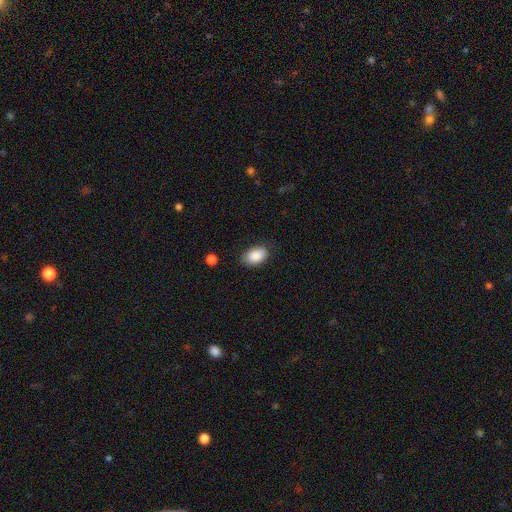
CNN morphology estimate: smooth_or_featured: smooth (p=0.88) [alt: star or artifact p=0.07]
how_rounded: in between (p=0.91) [alt: round p=0.08]
merging: none (p=0.82) [alt: minor disturbance p=0.13]